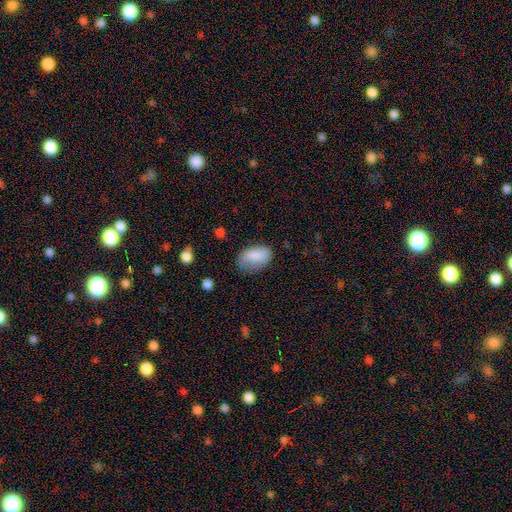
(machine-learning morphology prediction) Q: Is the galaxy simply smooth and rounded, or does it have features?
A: smooth — 83%.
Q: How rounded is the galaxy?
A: in between — 91%.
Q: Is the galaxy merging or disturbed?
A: none — 66%.